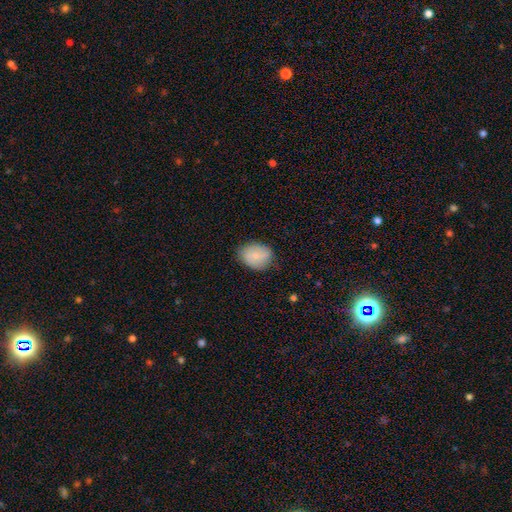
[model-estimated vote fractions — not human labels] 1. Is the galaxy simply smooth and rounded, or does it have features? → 81% smooth, 12% featured or disk, 7% star or artifact.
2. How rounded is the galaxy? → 70% in between, 29% round, 1% cigar-shaped.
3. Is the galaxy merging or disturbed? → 77% none, 18% minor disturbance, 4% major disturbance, 1% merger.